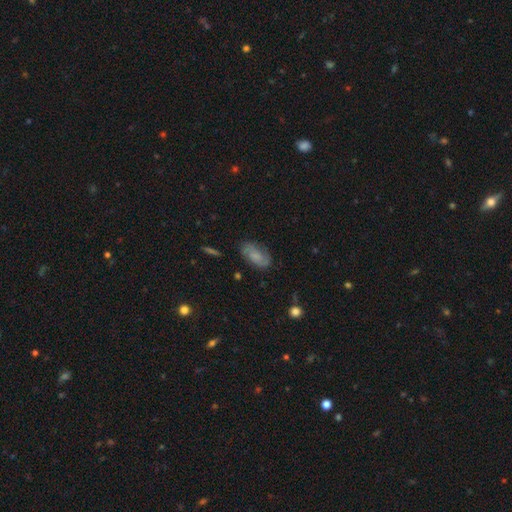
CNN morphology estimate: Smooth or featured: smooth — 50% (featured or disk — 41%)
Merging: none — 75% (minor disturbance — 18%)